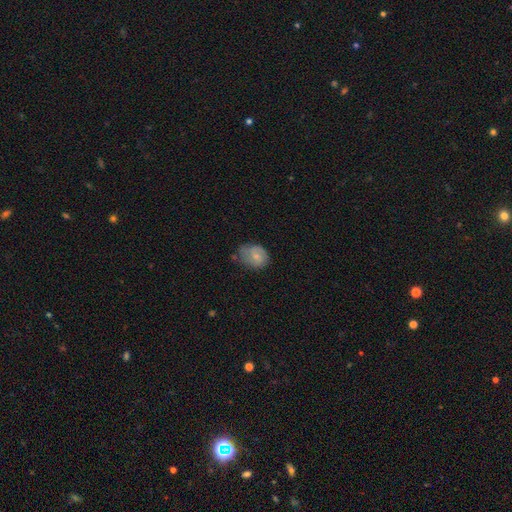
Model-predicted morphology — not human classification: A smooth galaxy with no disk features (56%) that is in between round and cigar-shaped (56%). Merging: none (48%).